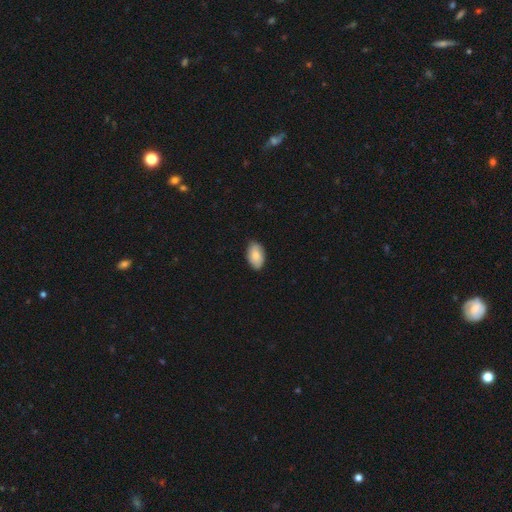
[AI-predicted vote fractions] Smooth or featured? Predicted: smooth (p=0.78). How rounded? Predicted: in between (p=0.92). Merging? Predicted: none (p=0.83).